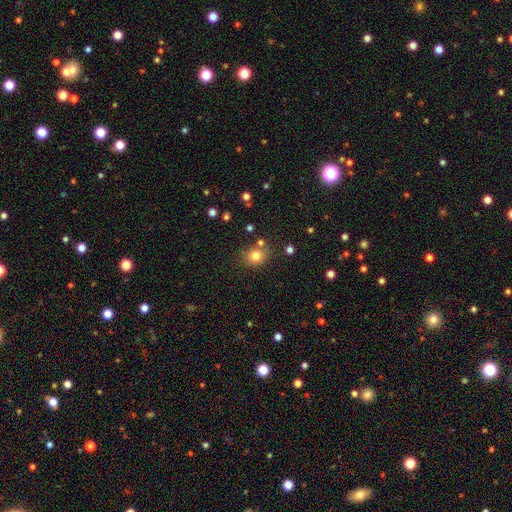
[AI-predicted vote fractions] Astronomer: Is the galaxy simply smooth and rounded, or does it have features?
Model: smooth — 80%.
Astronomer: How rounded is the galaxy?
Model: round — 73%.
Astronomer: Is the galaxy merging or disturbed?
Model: none — 75%.